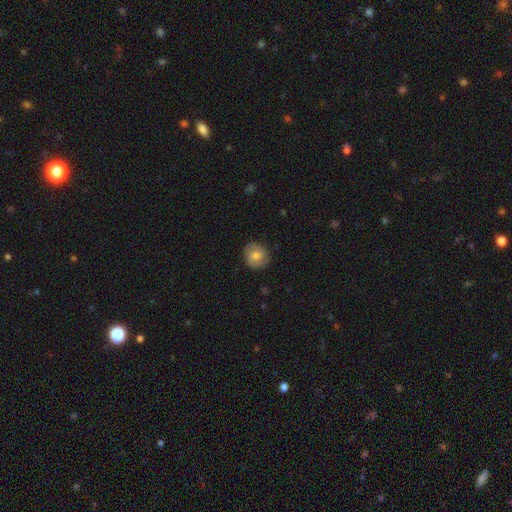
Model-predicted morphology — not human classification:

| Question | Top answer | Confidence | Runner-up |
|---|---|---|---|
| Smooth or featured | smooth | 57% | featured or disk (36%) |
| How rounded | round | 85% | in between (14%) |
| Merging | none | 83% | minor disturbance (12%) |